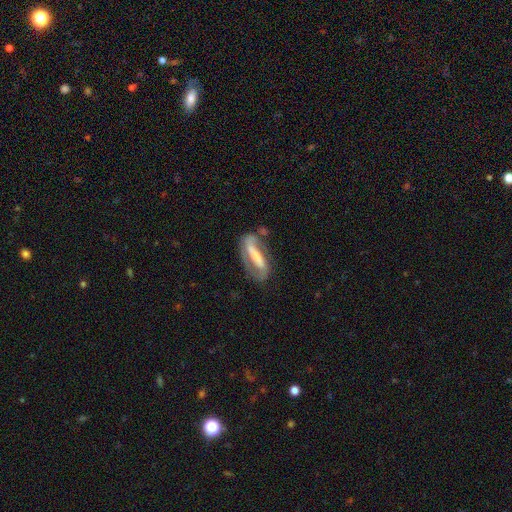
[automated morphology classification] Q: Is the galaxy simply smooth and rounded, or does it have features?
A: featured or disk — 72%.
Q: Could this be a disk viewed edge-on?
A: no — 87%.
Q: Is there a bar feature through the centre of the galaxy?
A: strong — 66%.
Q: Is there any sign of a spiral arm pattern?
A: yes — 80%.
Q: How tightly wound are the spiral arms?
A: medium — 42%.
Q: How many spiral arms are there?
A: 2 — 77%.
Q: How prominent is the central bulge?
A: small — 34%.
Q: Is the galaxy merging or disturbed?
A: none — 58%.